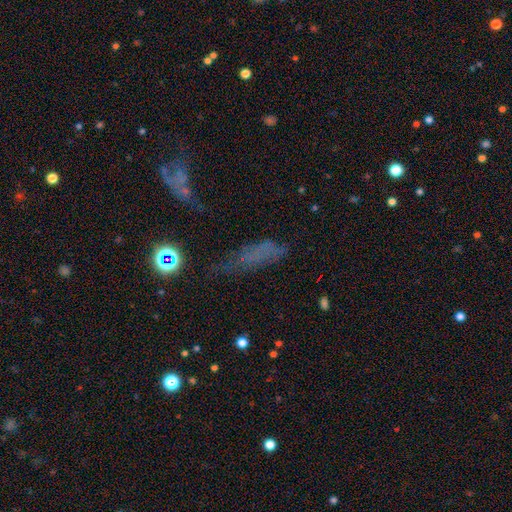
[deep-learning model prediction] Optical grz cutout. It shows a smooth galaxy with no disk features (46%). Merging: none (46%).